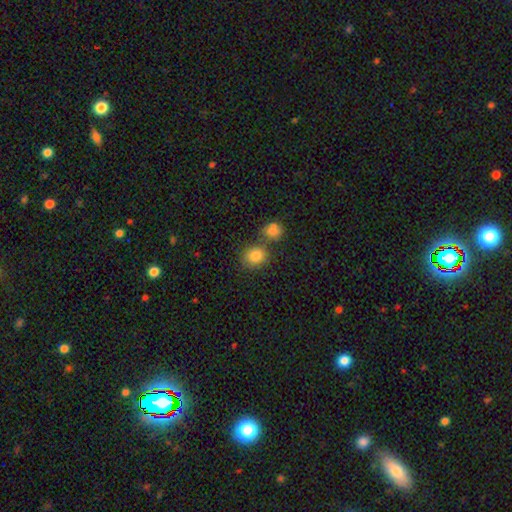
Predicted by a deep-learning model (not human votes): Smooth or featured: smooth — 82% (star or artifact — 11%)
How rounded: round — 77% (in between — 23%)
Merging: none — 66% (merger — 20%)